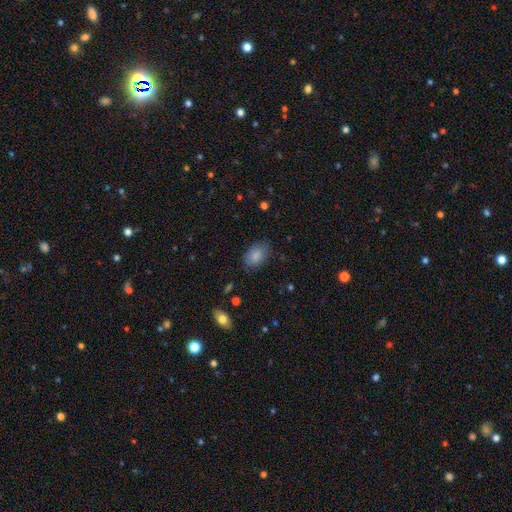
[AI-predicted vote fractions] smooth-or-featured: smooth: 84% | featured or disk: 8% | star or artifact: 8%
  how-rounded: in between: 88% | round: 11% | cigar-shaped: 1%
  merging: none: 78% | minor disturbance: 17% | major disturbance: 4% | merger: 1%